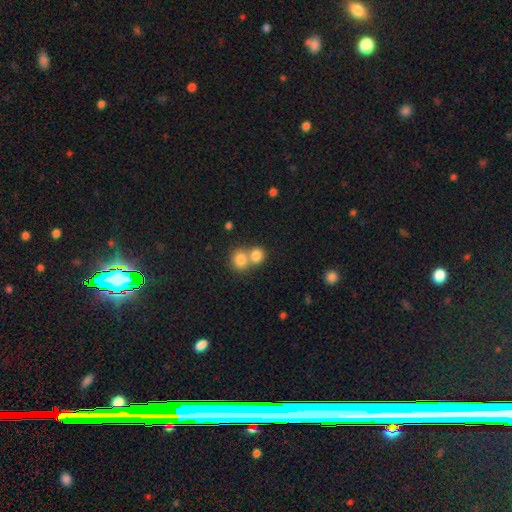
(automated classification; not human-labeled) Overall: smooth (81%). How rounded: round (76%). Merging: merger (55%; none 37%).